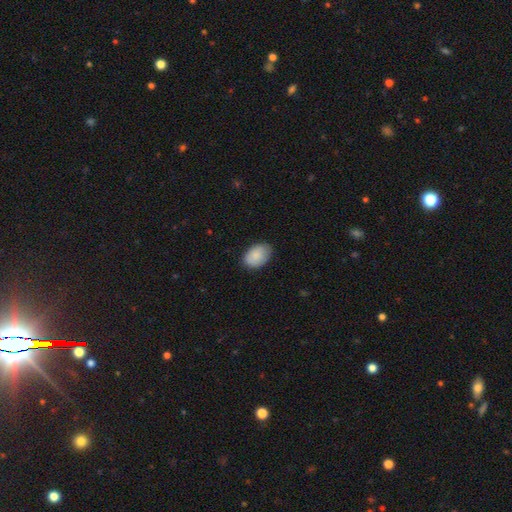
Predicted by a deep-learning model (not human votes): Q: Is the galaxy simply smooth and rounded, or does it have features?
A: smooth — 86%.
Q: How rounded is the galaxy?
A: in between — 87%.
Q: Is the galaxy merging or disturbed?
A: none — 78%.